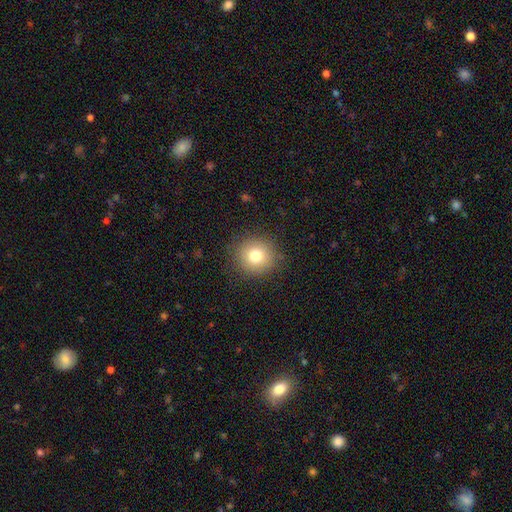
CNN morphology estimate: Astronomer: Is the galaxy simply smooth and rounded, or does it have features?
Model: smooth — 77%.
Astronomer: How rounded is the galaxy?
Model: round — 91%.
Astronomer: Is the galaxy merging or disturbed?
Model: none — 88%.